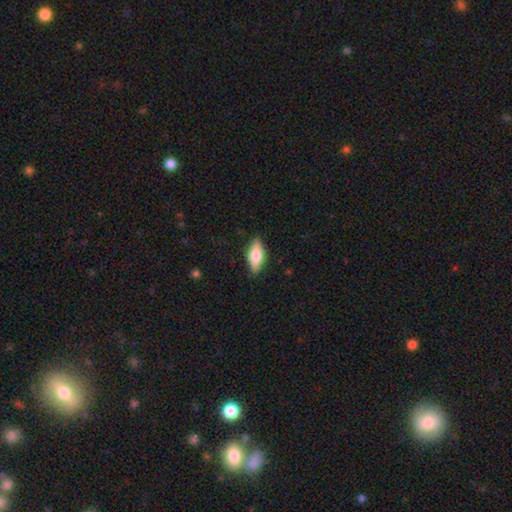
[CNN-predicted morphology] smooth-or-featured: smooth: 62% | featured or disk: 32% | star or artifact: 6%
  how-rounded: in between: 74% | cigar-shaped: 23% | round: 3%
  merging: none: 87% | minor disturbance: 10% | major disturbance: 2% | merger: 1%